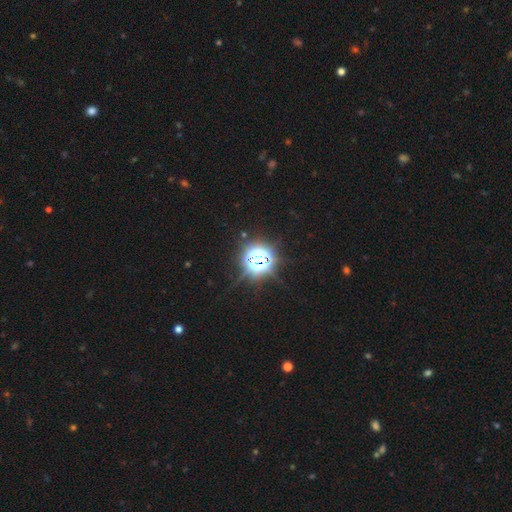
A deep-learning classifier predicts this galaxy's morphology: A star or artifact, not a galaxy (80%).

Vote fractions:
- Smooth or featured? star or artifact: 80% / smooth: 13% / featured or disk: 8%